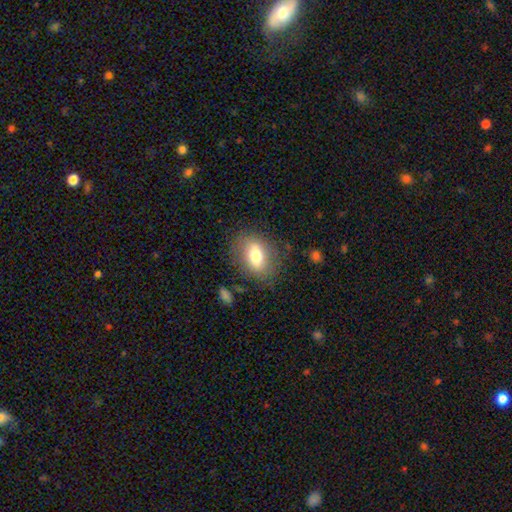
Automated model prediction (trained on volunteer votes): Q: Smooth or featured?
A: smooth (69%); runner-up: featured or disk (23%)
Q: How rounded?
A: in between (74%); runner-up: round (23%)
Q: Merging?
A: none (79%); runner-up: minor disturbance (14%)